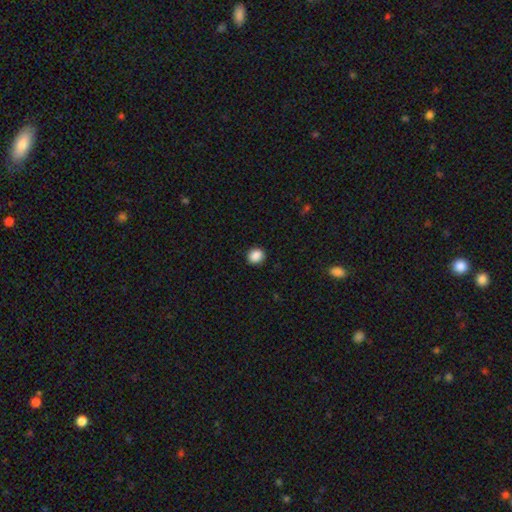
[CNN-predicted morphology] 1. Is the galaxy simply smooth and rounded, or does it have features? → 89% smooth, 9% star or artifact, 2% featured or disk.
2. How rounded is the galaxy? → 80% round, 19% in between, 1% cigar-shaped.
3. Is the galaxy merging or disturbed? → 91% none, 6% minor disturbance, 2% major disturbance, 1% merger.